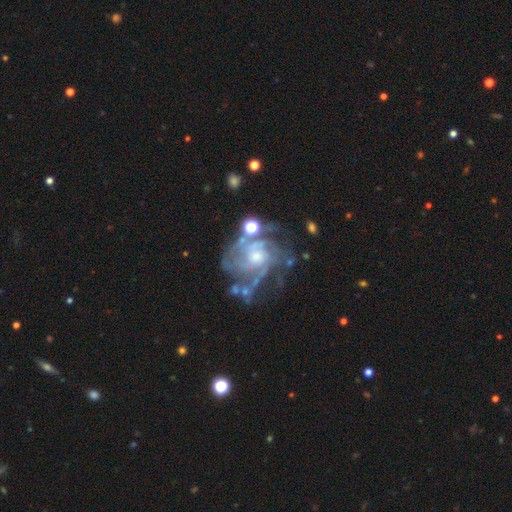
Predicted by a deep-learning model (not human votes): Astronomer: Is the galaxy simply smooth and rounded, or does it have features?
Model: featured or disk — 86%.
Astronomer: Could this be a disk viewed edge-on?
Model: no — 98%.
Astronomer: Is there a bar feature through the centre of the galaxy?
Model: no — 66%.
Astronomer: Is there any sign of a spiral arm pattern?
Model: yes — 94%.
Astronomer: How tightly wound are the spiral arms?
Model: tight — 50% (runner-up: medium, 39%).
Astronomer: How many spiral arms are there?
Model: can't tell — 28% (runner-up: 3, 27%).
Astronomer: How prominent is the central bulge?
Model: small — 47% (runner-up: moderate, 42%).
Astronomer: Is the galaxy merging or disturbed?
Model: none — 52%.